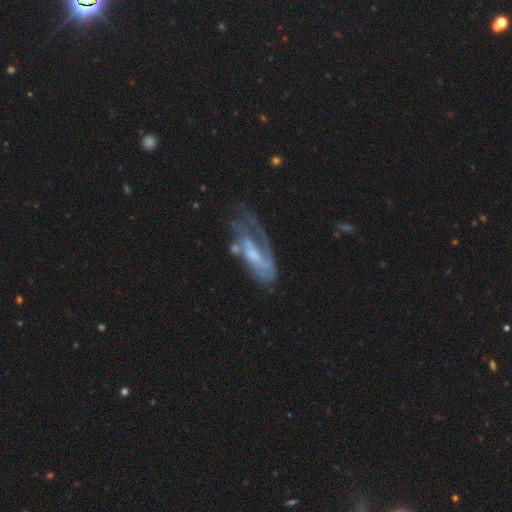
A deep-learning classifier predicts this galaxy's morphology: The model was most divided on "bar": weak: 42%, no: 40%, strong: 18%. Remaining: edge-on disk — no (88%); spiral arms — yes (79%); smooth or featured — featured or disk (74%); bulge size — small (46%); merging — none (43%); spiral winding — medium (40%); spiral arm count — 2 (33%).